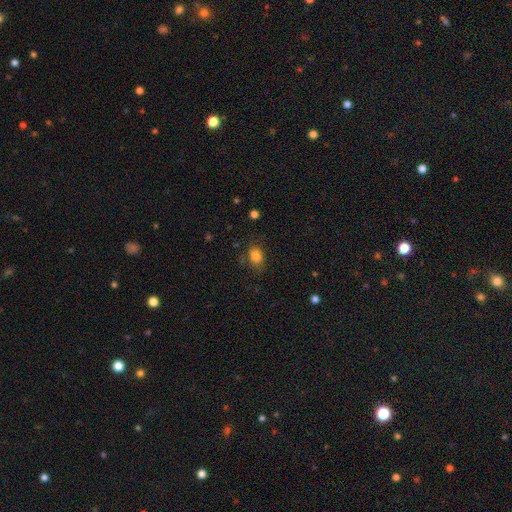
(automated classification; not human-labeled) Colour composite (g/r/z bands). It shows a smooth galaxy with no disk features (83%) that is in between round and cigar-shaped (74%). Merging: none (71%).